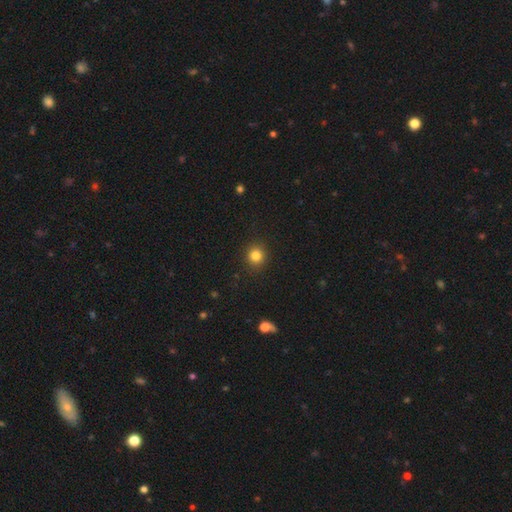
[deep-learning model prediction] The model was most divided on "smooth or featured": smooth: 83%, star or artifact: 12%, featured or disk: 5%. More confident: merging — none (91%); how rounded — round (90%).